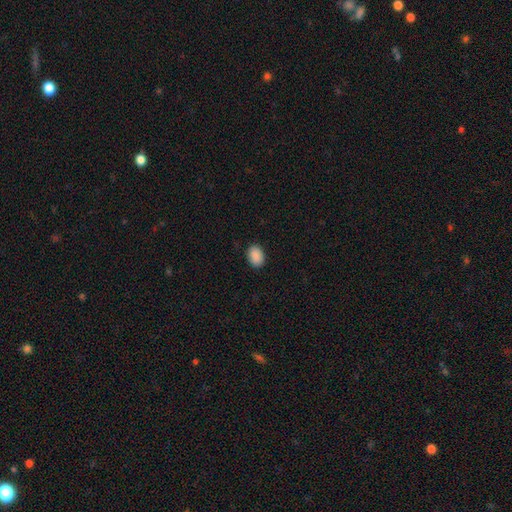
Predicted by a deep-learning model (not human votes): smooth-or-featured: smooth: 90% | star or artifact: 7% | featured or disk: 2%
  how-rounded: in between: 79% | round: 20% | cigar-shaped: 1%
  merging: none: 89% | minor disturbance: 8% | major disturbance: 2% | merger: 1%